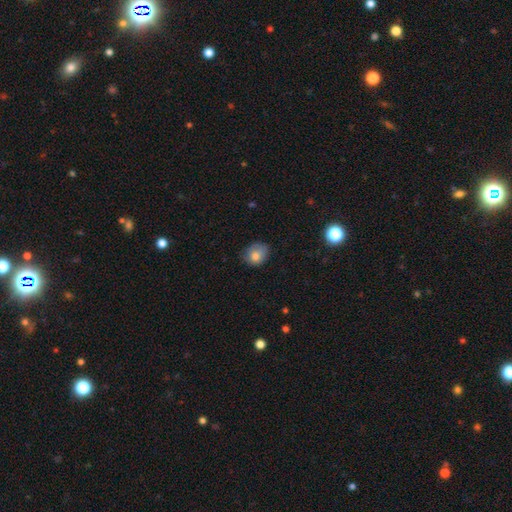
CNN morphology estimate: type=smooth (79%); roundness=round (58%); merging=none (62%).